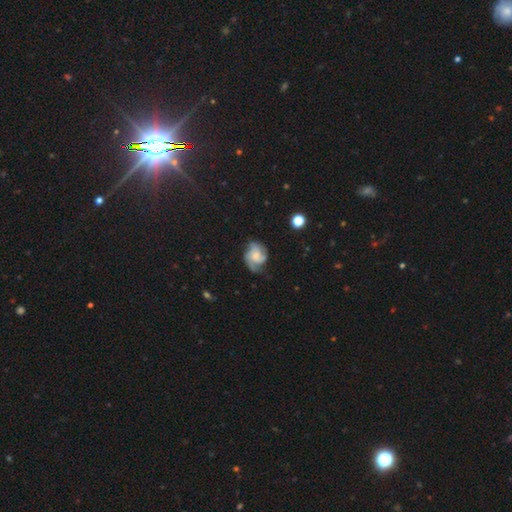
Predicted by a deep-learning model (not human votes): Q: Smooth or featured?
A: featured or disk (70%); runner-up: smooth (23%)
Q: Edge-on disk?
A: no (98%); runner-up: yes (2%)
Q: Bar?
A: no (69%); runner-up: weak (27%)
Q: Spiral arms?
A: yes (93%); runner-up: no (7%)
Q: Spiral winding?
A: medium (45%); runner-up: tight (38%)
Q: Spiral arm count?
A: 3 (45%); runner-up: 2 (24%)
Q: Bulge size?
A: small (46%); runner-up: moderate (39%)
Q: Merging?
A: none (60%); runner-up: minor disturbance (26%)